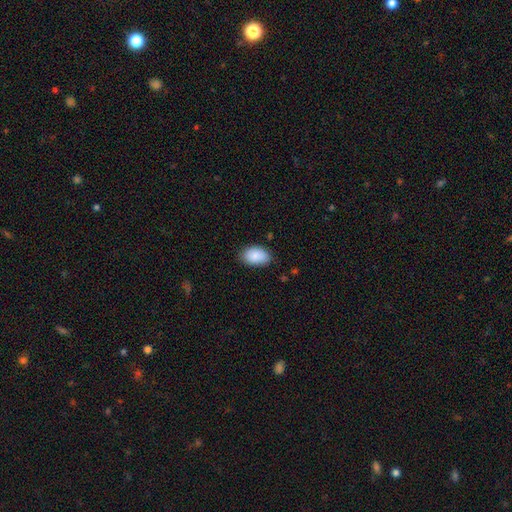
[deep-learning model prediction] Q: Smooth or featured?
A: smooth (88%); runner-up: star or artifact (6%)
Q: How rounded?
A: in between (92%); runner-up: round (7%)
Q: Merging?
A: none (80%); runner-up: minor disturbance (16%)